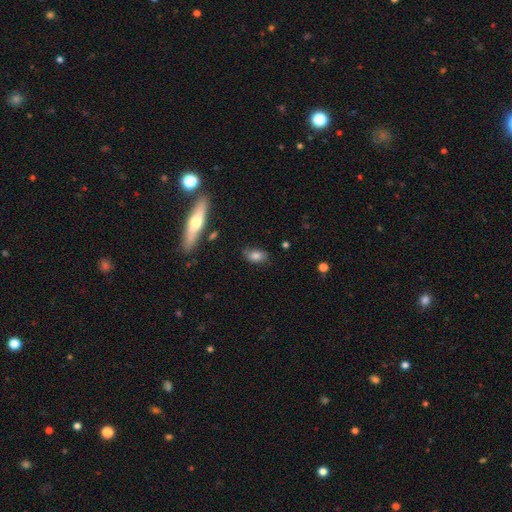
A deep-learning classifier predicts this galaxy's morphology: smooth-or-featured: smooth: 75% | featured or disk: 16% | star or artifact: 9%
  how-rounded: in between: 85% | round: 8% | cigar-shaped: 7%
  merging: none: 73% | minor disturbance: 19% | major disturbance: 5% | merger: 2%